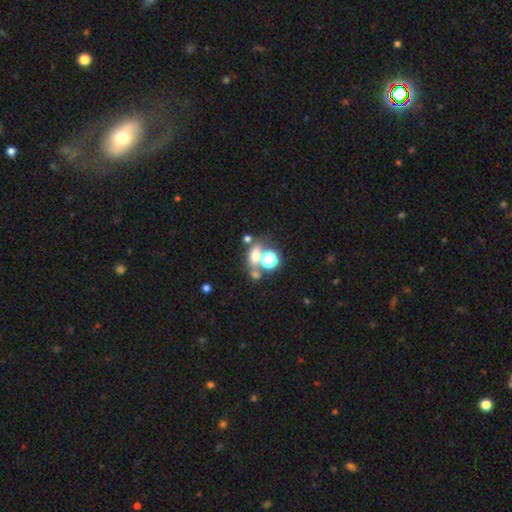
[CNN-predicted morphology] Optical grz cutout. It shows a smooth galaxy with no disk features (59%) that is in between round and cigar-shaped (56%). Merging: none (48%).